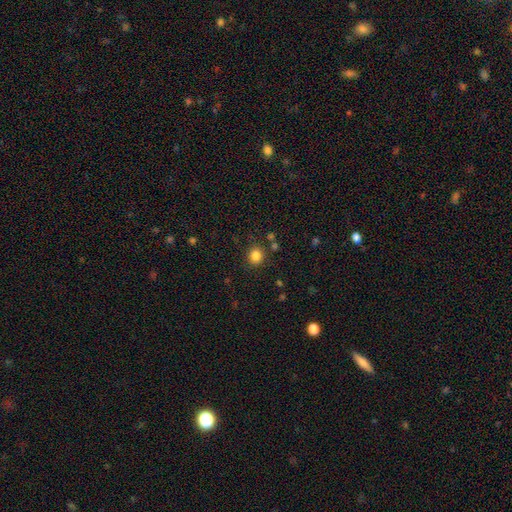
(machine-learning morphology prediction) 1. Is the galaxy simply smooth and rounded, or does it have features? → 84% smooth, 12% star or artifact, 4% featured or disk.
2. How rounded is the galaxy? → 83% round, 16% in between, 1% cigar-shaped.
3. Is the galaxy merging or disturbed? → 86% none, 8% minor disturbance, 3% merger, 3% major disturbance.